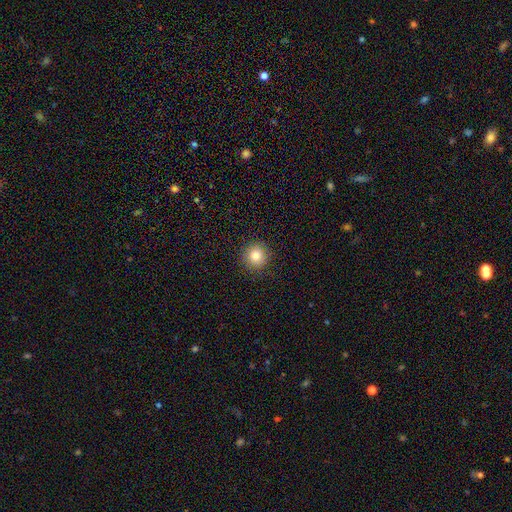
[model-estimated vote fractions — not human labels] Smooth or featured?
  - smooth: 83% *
  - star or artifact: 11%
  - featured or disk: 6%
How rounded?
  - round: 93% *
  - in between: 6%
  - cigar-shaped: 1%
Merging?
  - none: 91% *
  - minor disturbance: 6%
  - major disturbance: 2%
  - merger: 1%